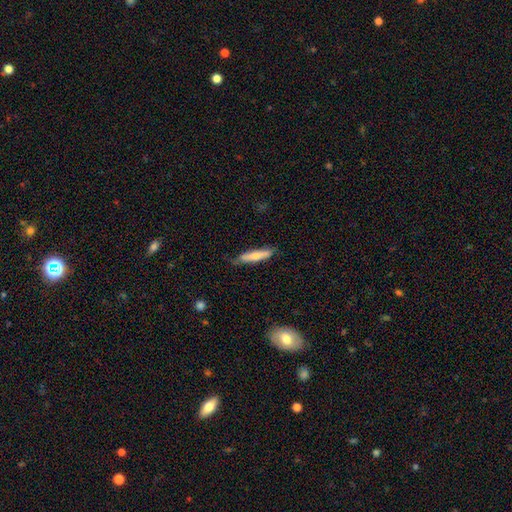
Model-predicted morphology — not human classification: smooth-or-featured: smooth: 69% | featured or disk: 25% | star or artifact: 6%
  how-rounded: cigar-shaped: 84% | in between: 14% | round: 1%
  merging: none: 75% | minor disturbance: 20% | major disturbance: 3% | merger: 1%